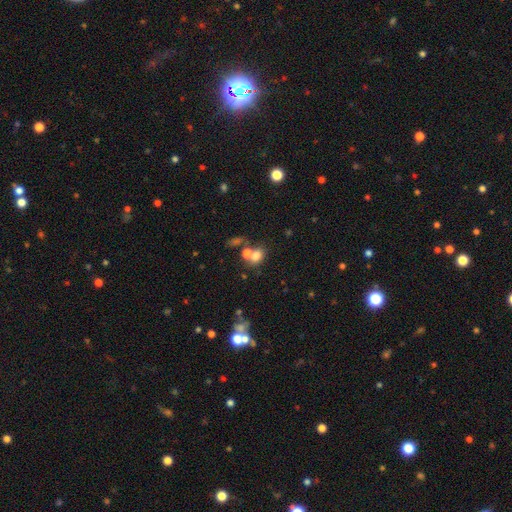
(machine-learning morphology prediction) Smooth or featured: smooth — 71% (star or artifact — 15%)
How rounded: in between — 67% (round — 32%)
Merging: merger — 45% (none — 38%)